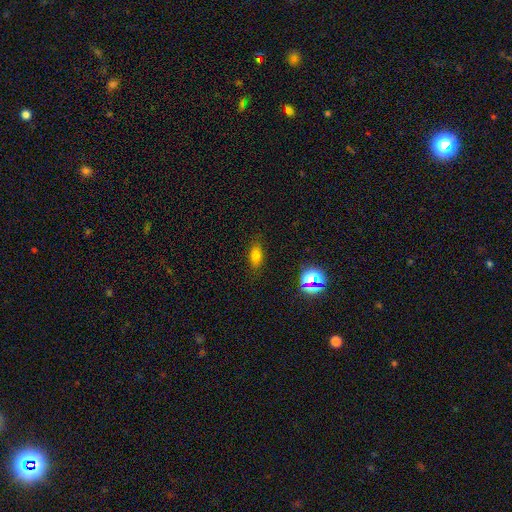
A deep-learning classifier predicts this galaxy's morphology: type=smooth (72%); roundness=in between (81%); merging=none (84%).